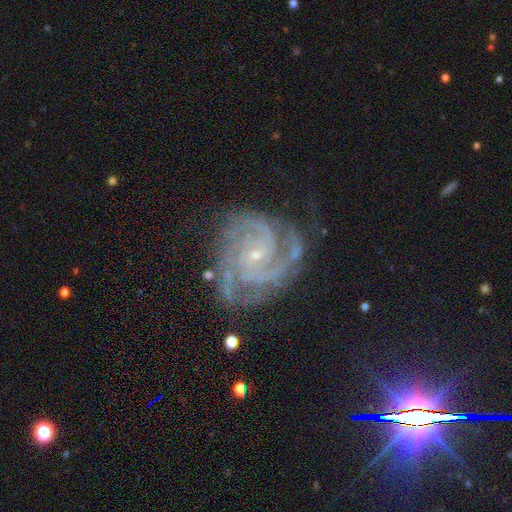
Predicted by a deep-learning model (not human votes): A featured or disk galaxy (91%) with no bar (65%), 3 (37%) tight (67%) spiral arms (99%) and a small central bulge (86%). Merging: none (69%).